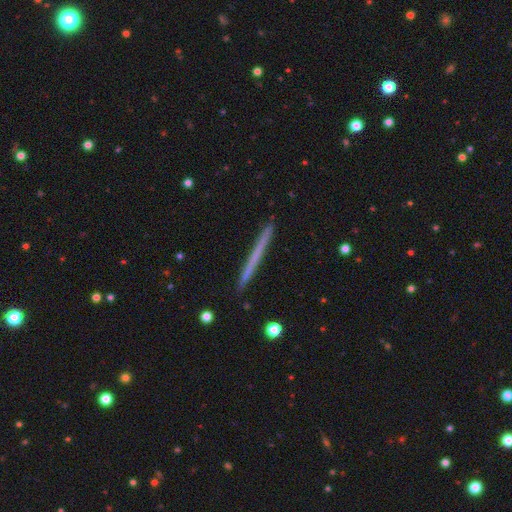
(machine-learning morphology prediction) A smooth galaxy with no disk features (52%) that is cigar-shaped (97%).

Vote fractions:
- Smooth or featured? smooth: 52% / featured or disk: 43% / star or artifact: 6%
- How rounded? cigar-shaped: 97% / in between: 1% / round: 1%
- Merging? none: 91% / minor disturbance: 6% / merger: 1% / major disturbance: 1%